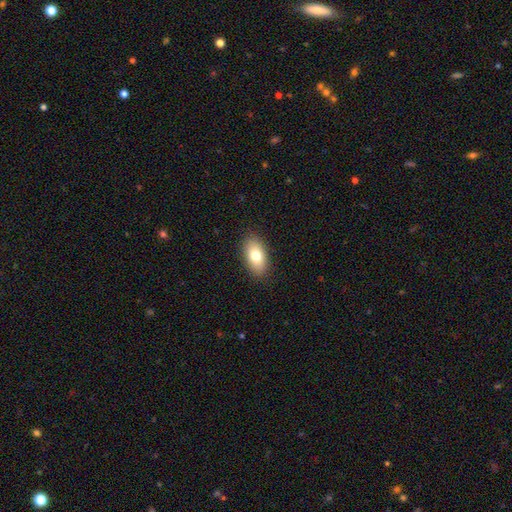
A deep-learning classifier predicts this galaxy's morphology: Smooth or featured: smooth — 77% (featured or disk — 15%)
How rounded: in between — 92% (round — 5%)
Merging: none — 88% (minor disturbance — 8%)